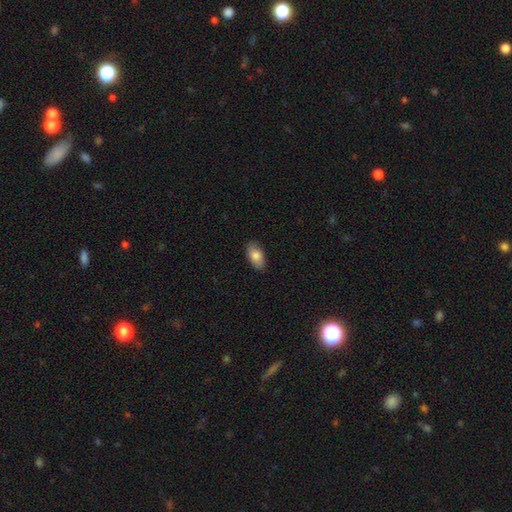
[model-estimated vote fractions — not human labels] This appears to be a smooth galaxy with no disk features (84%) that is in between round and cigar-shaped (93%). Merging: none (86%).